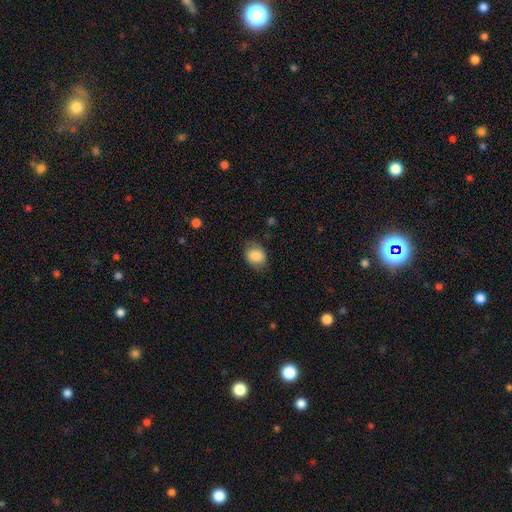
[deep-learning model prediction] Smooth or featured? Predicted: smooth (p=0.85). How rounded? Predicted: in between (p=0.53). Merging? Predicted: none (p=0.73).